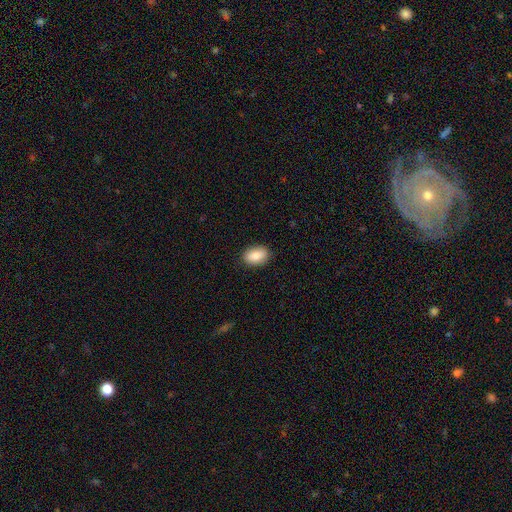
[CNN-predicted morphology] Smooth or featured?
  - smooth: 84% *
  - featured or disk: 8%
  - star or artifact: 7%
How rounded?
  - in between: 86% *
  - round: 12%
  - cigar-shaped: 2%
Merging?
  - none: 88% *
  - minor disturbance: 9%
  - major disturbance: 2%
  - merger: 1%